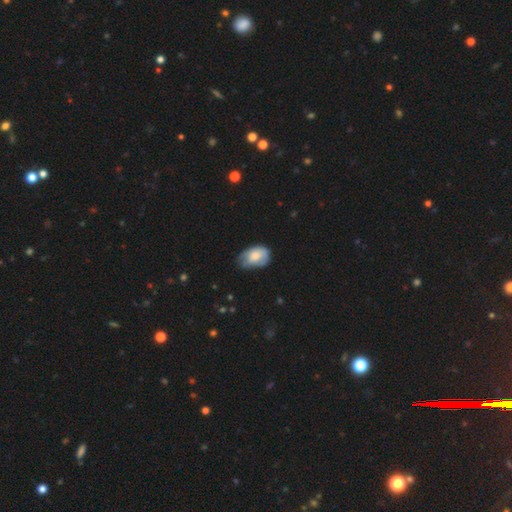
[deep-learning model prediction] smooth_or_featured: smooth (p=0.70) [alt: featured or disk p=0.23]
how_rounded: in between (p=0.86) [alt: round p=0.12]
merging: none (p=0.43) [alt: minor disturbance p=0.41]